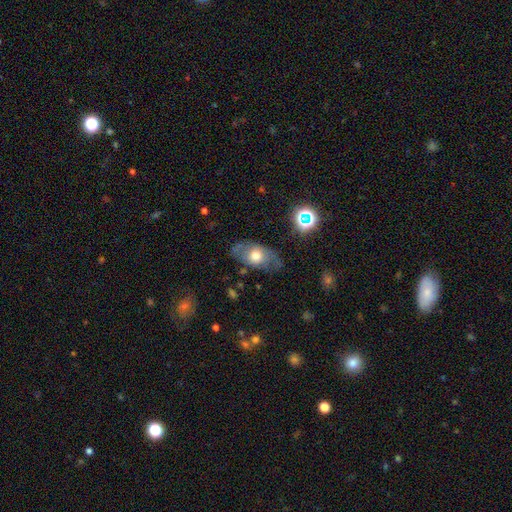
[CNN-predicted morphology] Overall: smooth (53%; featured or disk 38%). How rounded: in between (81%). Merging: none (66%).